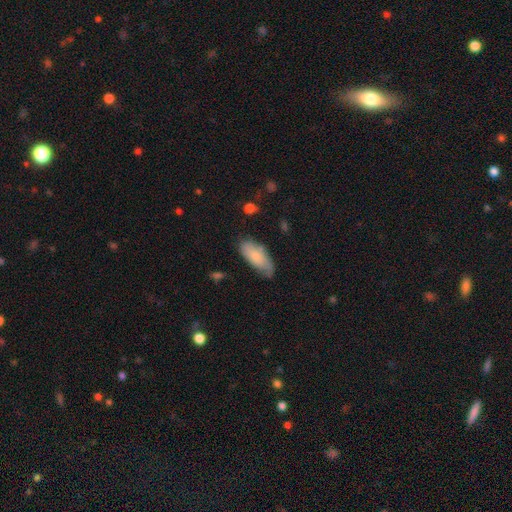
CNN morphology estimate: type=smooth (69%); roundness=in between (86%); merging=none (61%).